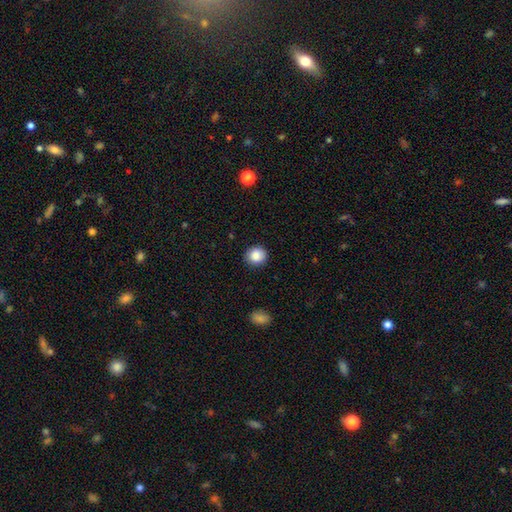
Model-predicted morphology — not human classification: smooth_or_featured: smooth (p=0.87) [alt: star or artifact p=0.09]
how_rounded: round (p=0.88) [alt: in between p=0.11]
merging: none (p=0.90) [alt: minor disturbance p=0.07]